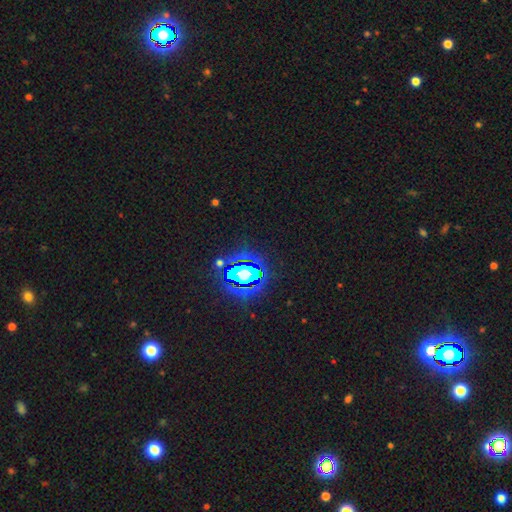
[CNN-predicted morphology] Q: Smooth or featured?
A: star or artifact (82%); runner-up: smooth (11%)